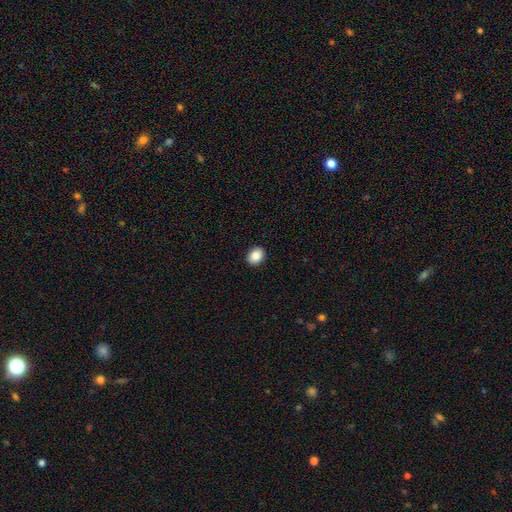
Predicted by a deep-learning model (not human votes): Smooth or featured? Predicted: smooth (p=0.87). How rounded? Predicted: in between (p=0.52). Merging? Predicted: none (p=0.92).